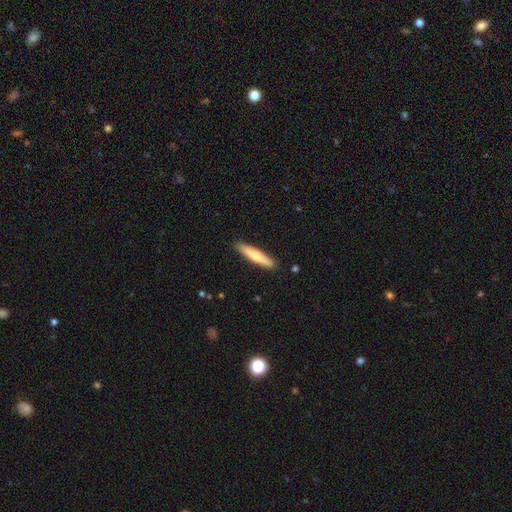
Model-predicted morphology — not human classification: Overall: smooth (71%). How rounded: cigar-shaped (88%). Merging: none (89%).